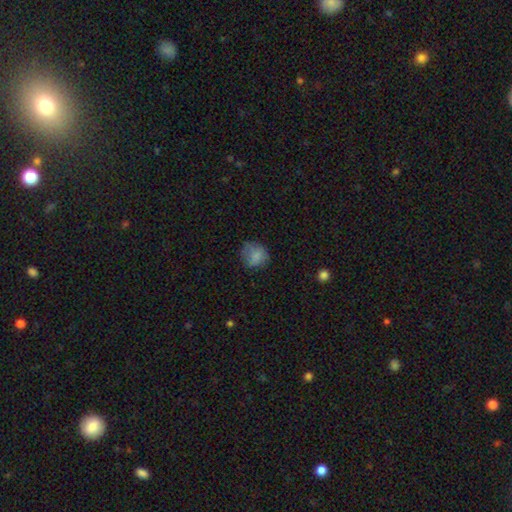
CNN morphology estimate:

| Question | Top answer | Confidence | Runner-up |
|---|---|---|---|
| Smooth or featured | smooth | 78% | featured or disk (13%) |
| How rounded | round | 79% | in between (20%) |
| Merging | none | 66% | minor disturbance (23%) |